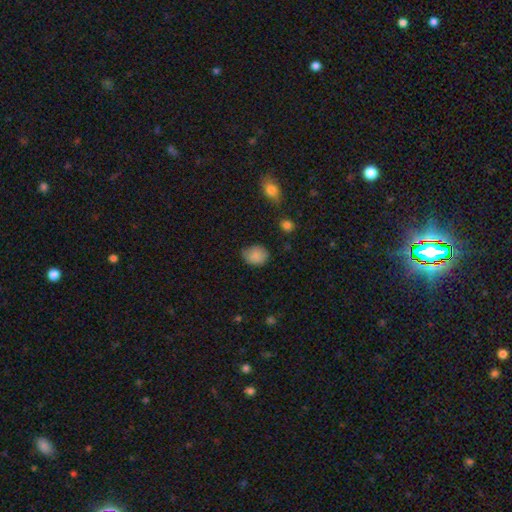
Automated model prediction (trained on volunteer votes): smooth-or-featured: smooth: 85% | star or artifact: 9% | featured or disk: 6%
  how-rounded: round: 51% | in between: 48% | cigar-shaped: 1%
  merging: none: 69% | minor disturbance: 25% | major disturbance: 5% | merger: 2%